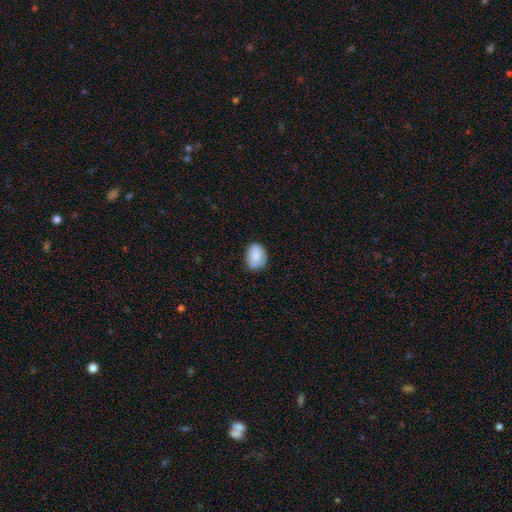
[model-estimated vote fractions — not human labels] This appears to be a smooth galaxy with no disk features (77%) that is in between round and cigar-shaped (67%). Merging: none (69%).